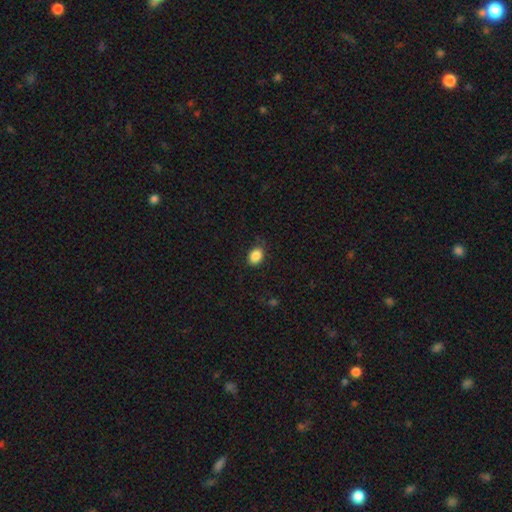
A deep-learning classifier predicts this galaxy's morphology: smooth 87%, star or artifact 9%, featured or disk 4%. Down the decision tree: how rounded — in between (71%); merging — none (81%).